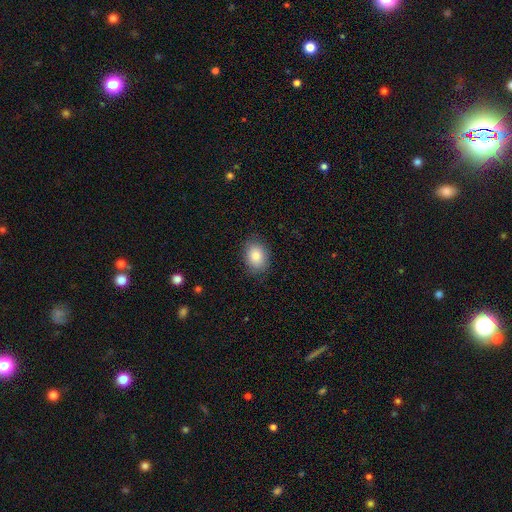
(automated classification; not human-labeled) smooth_or_featured: smooth (p=0.84) [alt: star or artifact p=0.08]
how_rounded: in between (p=0.62) [alt: round p=0.37]
merging: none (p=0.85) [alt: minor disturbance p=0.11]